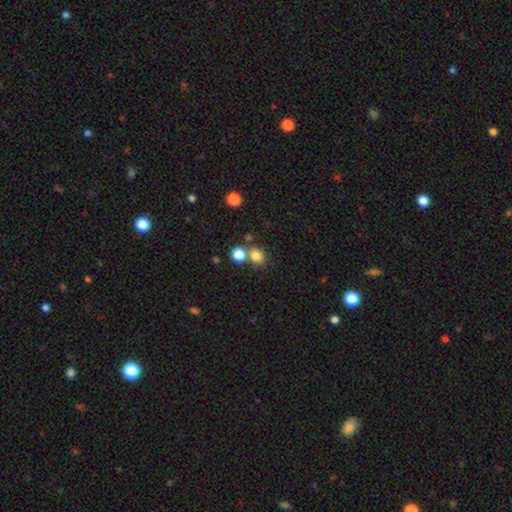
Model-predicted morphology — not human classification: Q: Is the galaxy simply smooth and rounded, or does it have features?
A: smooth — 80%.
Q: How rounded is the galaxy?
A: round — 78%.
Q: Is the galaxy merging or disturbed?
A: none — 66%.